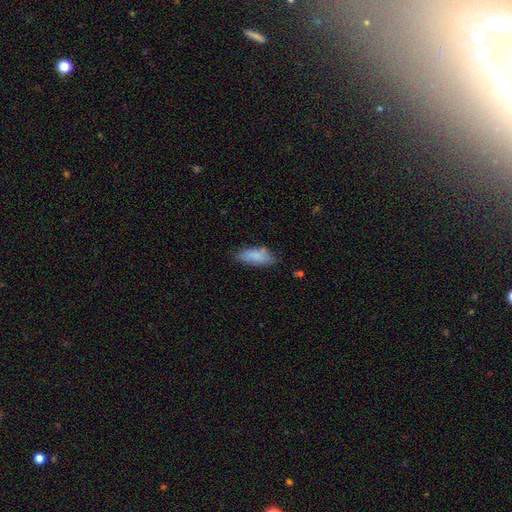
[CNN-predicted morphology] smooth-or-featured: smooth: 84% | featured or disk: 9% | star or artifact: 7%
  how-rounded: in between: 77% | cigar-shaped: 21% | round: 2%
  merging: none: 66% | minor disturbance: 25% | major disturbance: 6% | merger: 3%